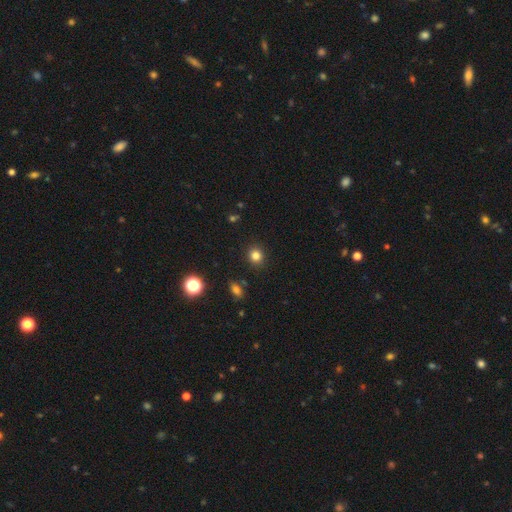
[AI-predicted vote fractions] A smooth galaxy with no disk features (81%) that is round (85%).

Vote fractions:
- Smooth or featured? smooth: 81% / star or artifact: 14% / featured or disk: 5%
- How rounded? round: 85% / in between: 14% / cigar-shaped: 1%
- Merging? none: 90% / minor disturbance: 6% / major disturbance: 2% / merger: 2%